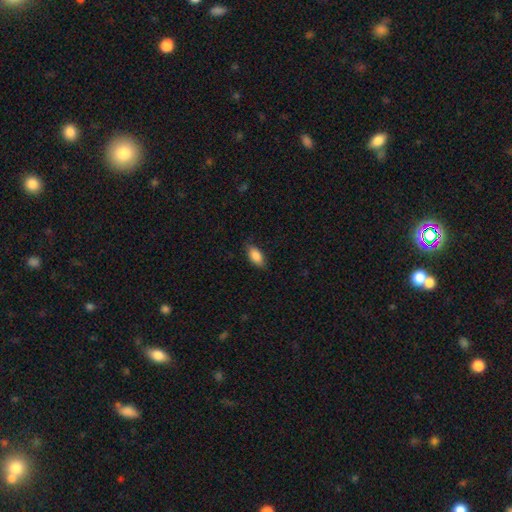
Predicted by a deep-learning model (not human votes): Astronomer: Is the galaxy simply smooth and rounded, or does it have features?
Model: smooth — 88%.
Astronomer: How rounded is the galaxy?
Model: in between — 91%.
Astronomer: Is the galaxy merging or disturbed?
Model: none — 81%.